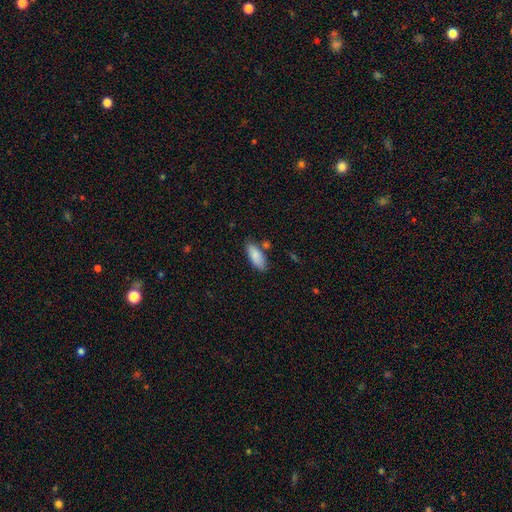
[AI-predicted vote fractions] Overall: smooth (87%). How rounded: in between (82%). Merging: none (76%).